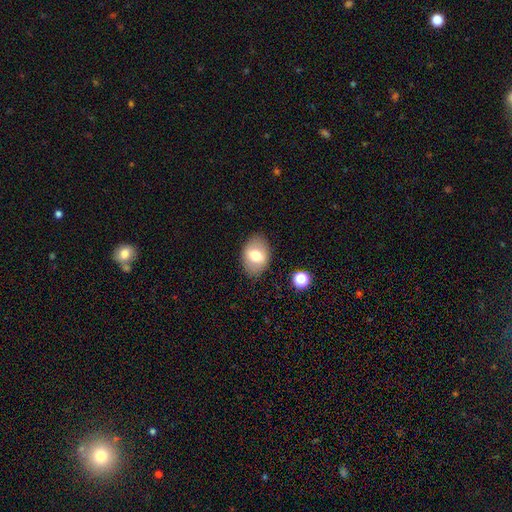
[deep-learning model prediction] Overall: smooth (67%). How rounded: in between (76%). Merging: none (85%).